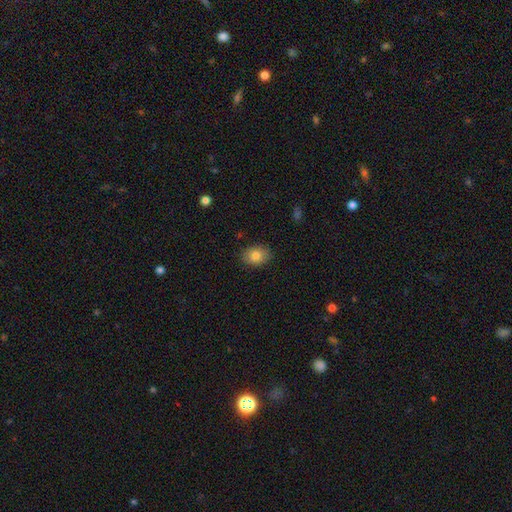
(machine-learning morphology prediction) smooth 82%, featured or disk 9%, star or artifact 9%. Down the decision tree: how rounded — in between (69%); merging — none (87%).